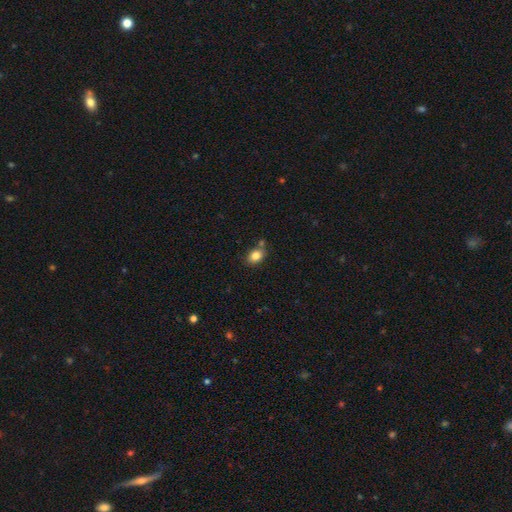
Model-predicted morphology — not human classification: The model was most divided on "how rounded": in between: 69%, round: 29%, cigar-shaped: 1%. More confident: smooth or featured — smooth (82%); merging — none (71%).